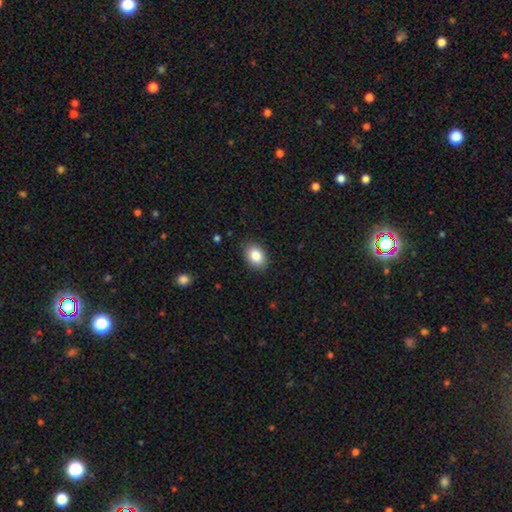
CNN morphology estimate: A smooth galaxy with no disk features (86%) that is in between round and cigar-shaped (80%).

Vote fractions:
- Smooth or featured? smooth: 86% / star or artifact: 8% / featured or disk: 6%
- How rounded? in between: 80% / round: 19% / cigar-shaped: 1%
- Merging? none: 88% / minor disturbance: 9% / major disturbance: 2% / merger: 1%